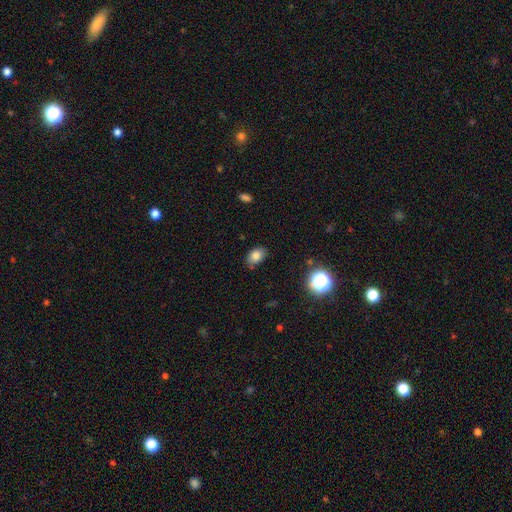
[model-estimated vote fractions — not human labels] Overall: smooth (80%). How rounded: in between (80%). Merging: none (77%).